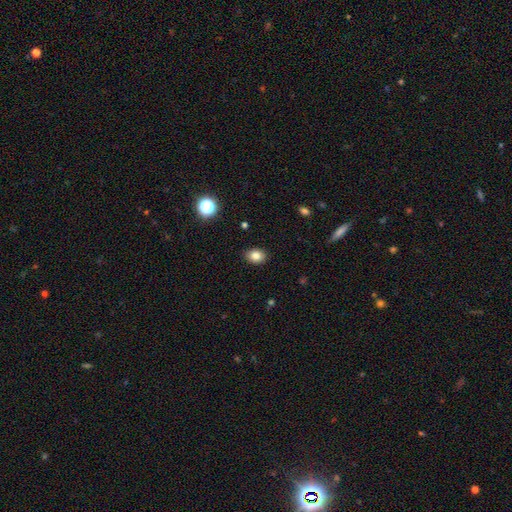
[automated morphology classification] Smooth or featured? Predicted: smooth (p=0.82). How rounded? Predicted: in between (p=0.65). Merging? Predicted: none (p=0.89).